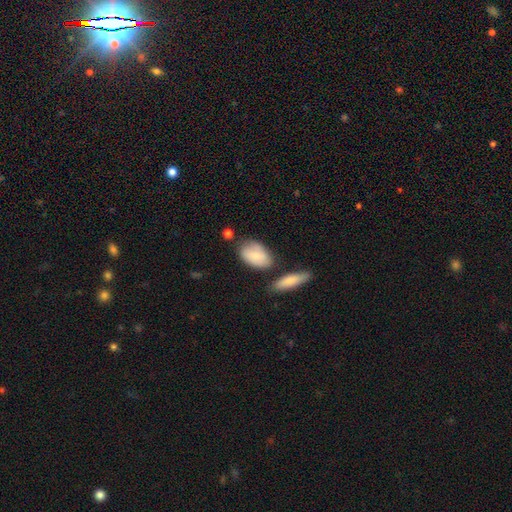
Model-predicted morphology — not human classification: Smooth or featured? smooth (79%)
How rounded? in between (89%)
Merging? none (63%)